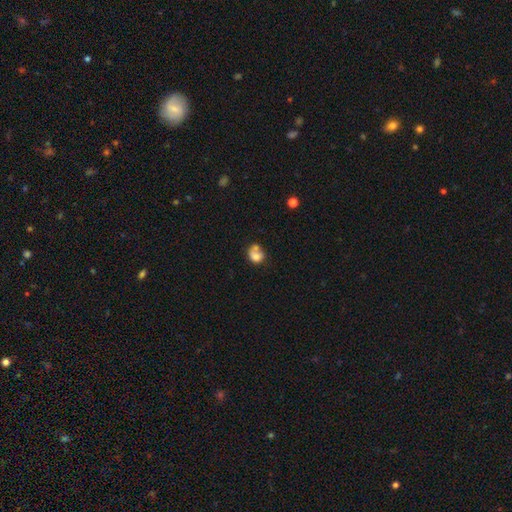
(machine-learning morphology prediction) Smooth or featured?
  - smooth: 71% *
  - featured or disk: 18%
  - star or artifact: 10%
How rounded?
  - round: 55% *
  - in between: 44%
  - cigar-shaped: 1%
Merging?
  - merger: 46% *
  - none: 28%
  - minor disturbance: 15%
  - major disturbance: 11%